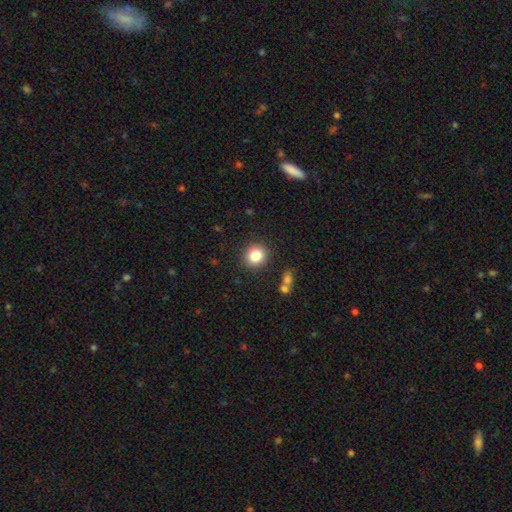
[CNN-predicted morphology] A smooth galaxy with no disk features (83%) that is round (85%). Merging: none (87%).